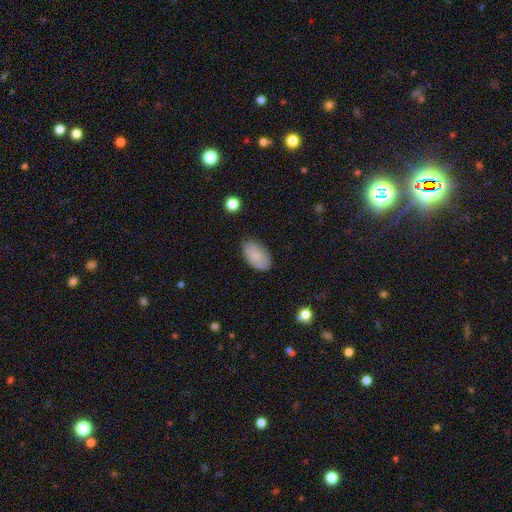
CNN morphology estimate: A smooth galaxy with no disk features (84%) that is in between round and cigar-shaped (94%).

Vote fractions:
- Smooth or featured? smooth: 84% / featured or disk: 9% / star or artifact: 7%
- How rounded? in between: 94% / round: 4% / cigar-shaped: 1%
- Merging? none: 82% / minor disturbance: 14% / major disturbance: 3% / merger: 1%